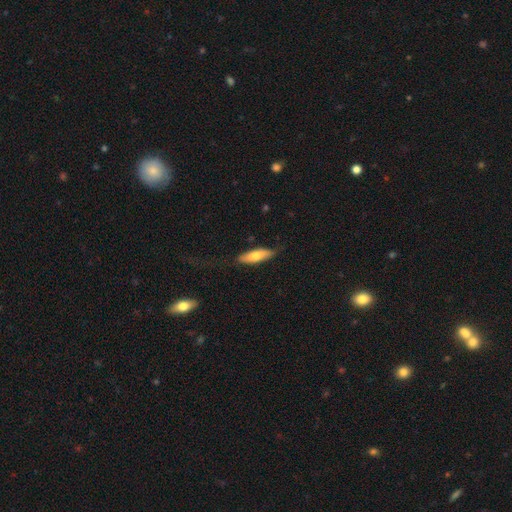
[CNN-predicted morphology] A smooth galaxy with no disk features (67%) that is in between round and cigar-shaped (50%).

Vote fractions:
- Smooth or featured? smooth: 67% / featured or disk: 27% / star or artifact: 6%
- How rounded? in between: 50% / cigar-shaped: 48% / round: 2%
- Merging? none: 78% / minor disturbance: 16% / major disturbance: 4% / merger: 1%